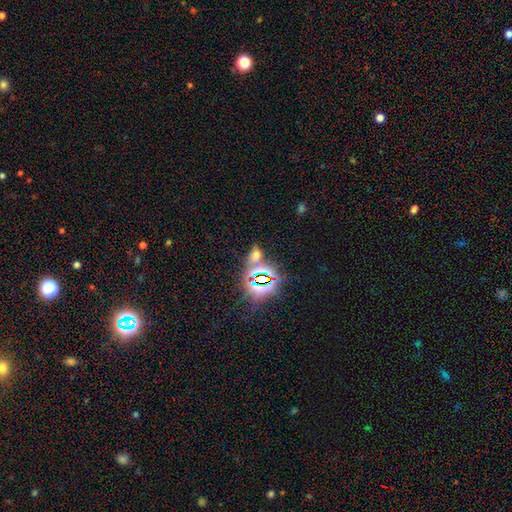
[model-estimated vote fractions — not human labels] smooth_or_featured: star or artifact (p=0.53) [alt: smooth p=0.39]